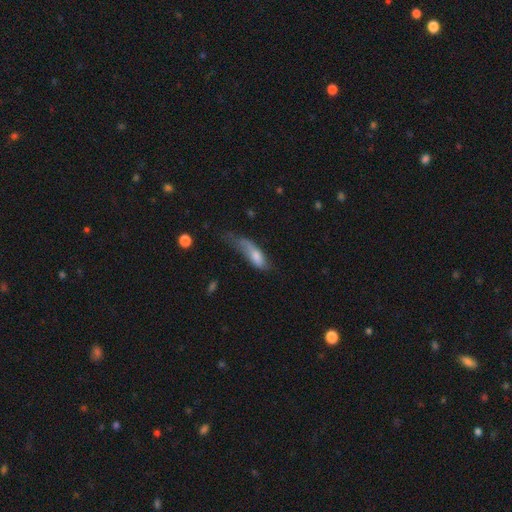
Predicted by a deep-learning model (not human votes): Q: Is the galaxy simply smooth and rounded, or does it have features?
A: smooth — 66%.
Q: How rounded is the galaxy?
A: in between — 56%.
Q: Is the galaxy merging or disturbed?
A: major disturbance — 42%.